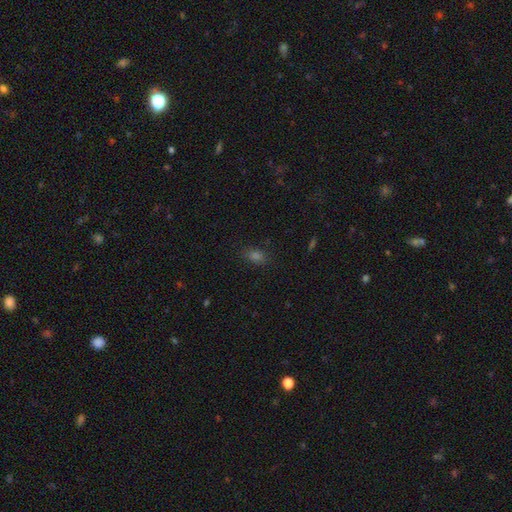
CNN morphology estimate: Q: Smooth or featured?
A: smooth (68%); runner-up: star or artifact (24%)
Q: How rounded?
A: in between (81%); runner-up: round (16%)
Q: Merging?
A: none (85%); runner-up: minor disturbance (10%)